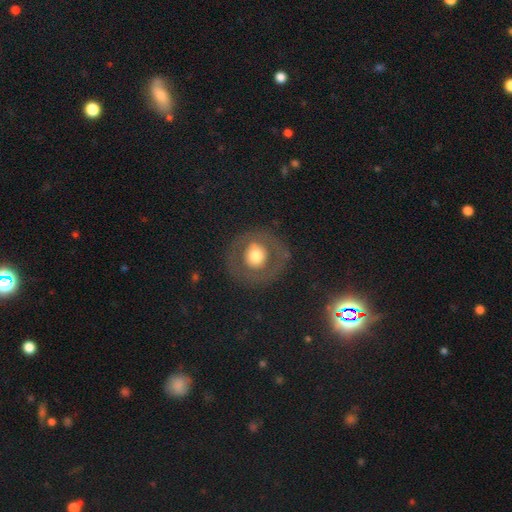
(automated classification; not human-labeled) Smooth or featured: smooth — 53% (featured or disk — 39%)
How rounded: round — 90% (in between — 9%)
Merging: none — 82% (minor disturbance — 9%)